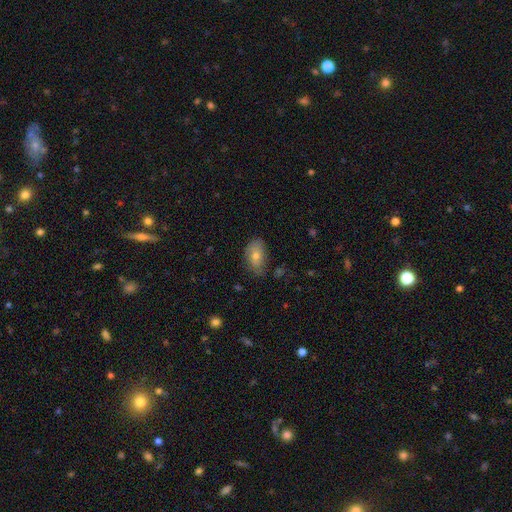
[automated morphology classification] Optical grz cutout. It shows a smooth galaxy with no disk features (65%) that is in between round and cigar-shaped (89%). Merging: none (65%).